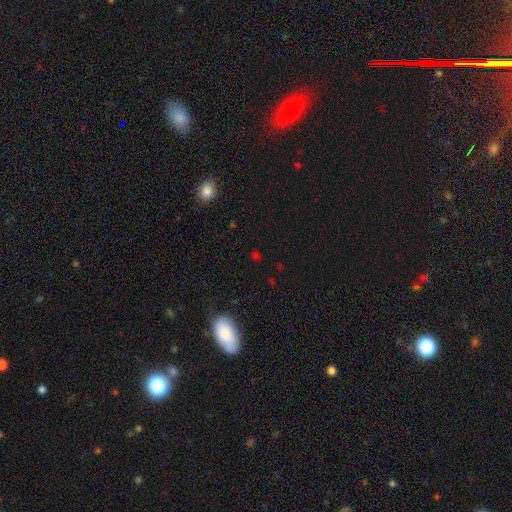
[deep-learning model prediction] This is possibly a star or artifact rather than a galaxy (51%).